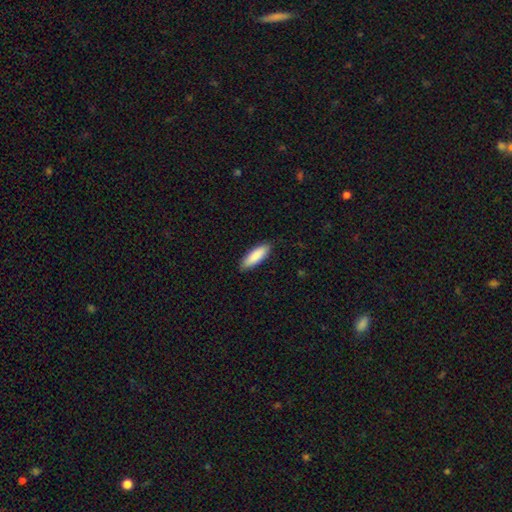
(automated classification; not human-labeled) Q: Smooth or featured?
A: smooth (88%); runner-up: featured or disk (7%)
Q: How rounded?
A: in between (62%); runner-up: cigar-shaped (37%)
Q: Merging?
A: none (87%); runner-up: minor disturbance (11%)